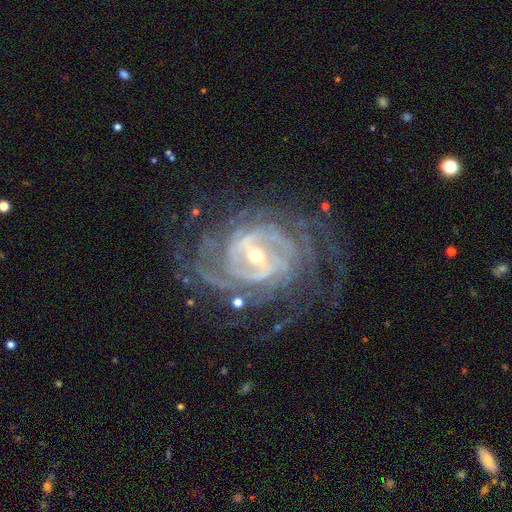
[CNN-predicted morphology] The model was most divided on "spiral arm count": can't tell: 25%, 4: 20%, 2: 19%, 3: 15%, more than 4: 14%, 1: 7%. Remaining: spiral arms — yes (97%); edge-on disk — no (97%); smooth or featured — featured or disk (92%); merging — none (70%); spiral winding — tight (68%); bulge size — small (53%); bar — strong (46%).